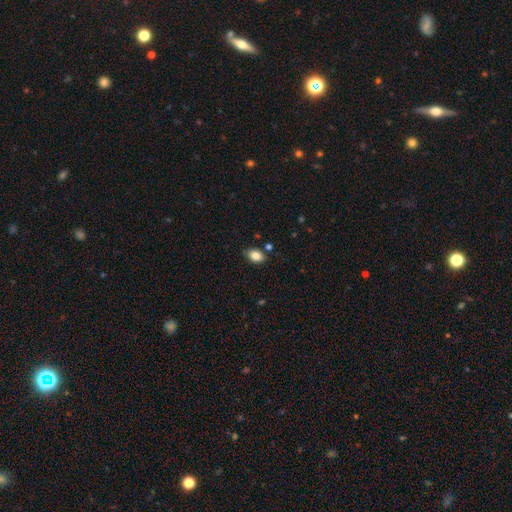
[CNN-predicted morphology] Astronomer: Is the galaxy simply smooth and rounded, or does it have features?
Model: smooth — 84%.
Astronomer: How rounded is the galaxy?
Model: in between — 82%.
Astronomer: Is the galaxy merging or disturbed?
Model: none — 80%.